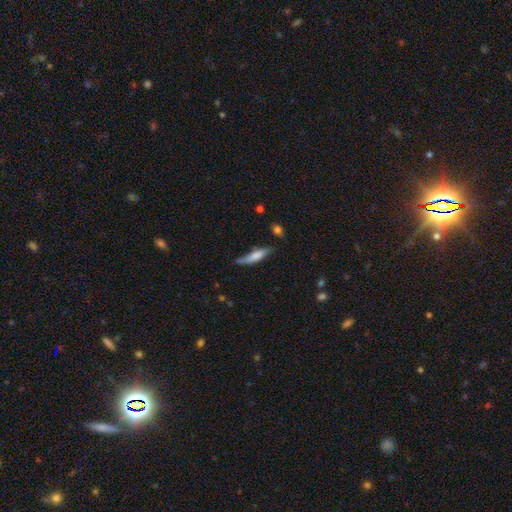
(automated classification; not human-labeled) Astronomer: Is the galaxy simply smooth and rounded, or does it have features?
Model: smooth — 67%.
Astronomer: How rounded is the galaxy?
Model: cigar-shaped — 74%.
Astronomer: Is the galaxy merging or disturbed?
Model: none — 59%.